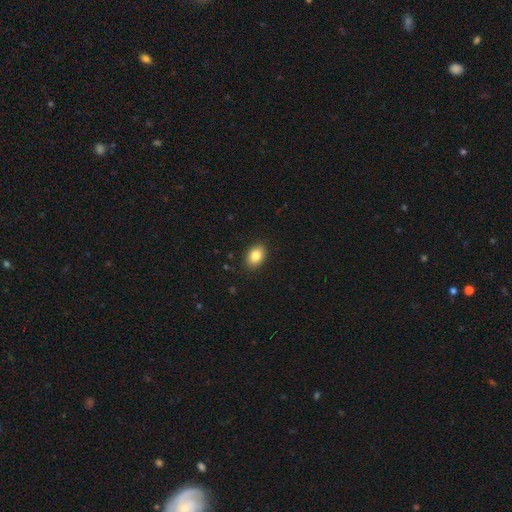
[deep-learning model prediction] This is clearly a smooth galaxy (85%). How rounded: clearly in between (81%). Merging: clearly none (88%).